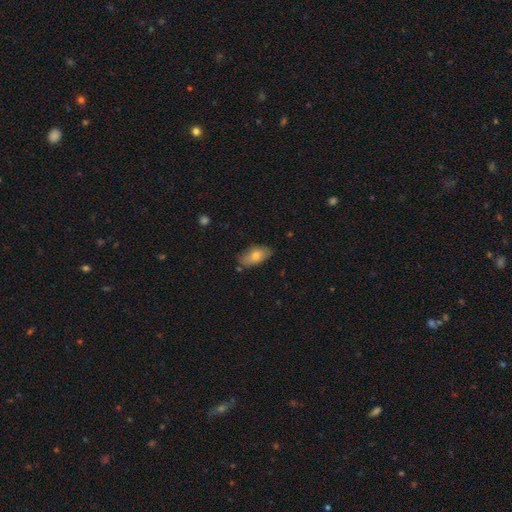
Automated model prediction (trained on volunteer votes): The model was most divided on "smooth or featured": smooth: 74%, featured or disk: 19%, star or artifact: 7%. More confident: how rounded — in between (91%); merging — none (76%).